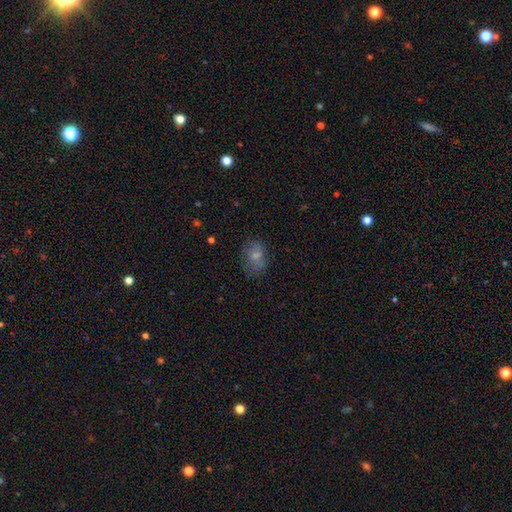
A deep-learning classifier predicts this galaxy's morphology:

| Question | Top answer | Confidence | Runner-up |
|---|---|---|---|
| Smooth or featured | smooth | 75% | featured or disk (16%) |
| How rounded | in between | 64% | round (35%) |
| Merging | none | 66% | minor disturbance (23%) |